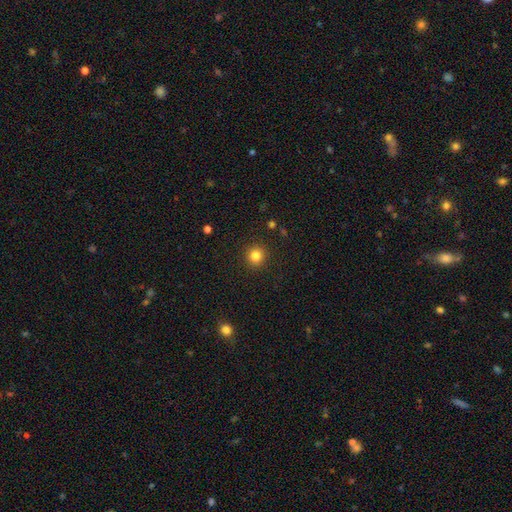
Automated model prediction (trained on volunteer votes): Smooth or featured? Predicted: smooth (p=0.83). How rounded? Predicted: round (p=0.93). Merging? Predicted: none (p=0.92).